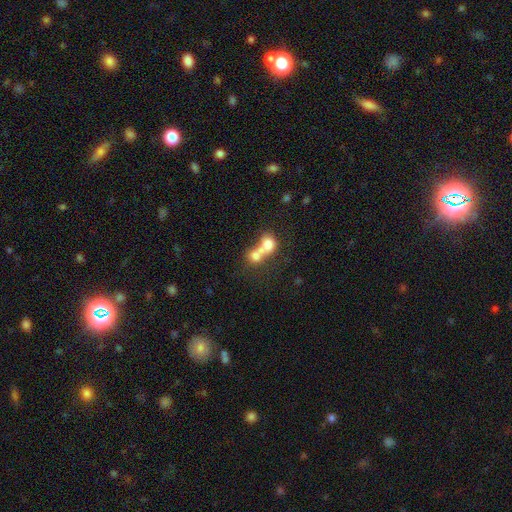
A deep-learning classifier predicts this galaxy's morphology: Q: Smooth or featured?
A: smooth (68%); runner-up: featured or disk (21%)
Q: How rounded?
A: round (69%); runner-up: in between (30%)
Q: Merging?
A: merger (72%); runner-up: none (19%)